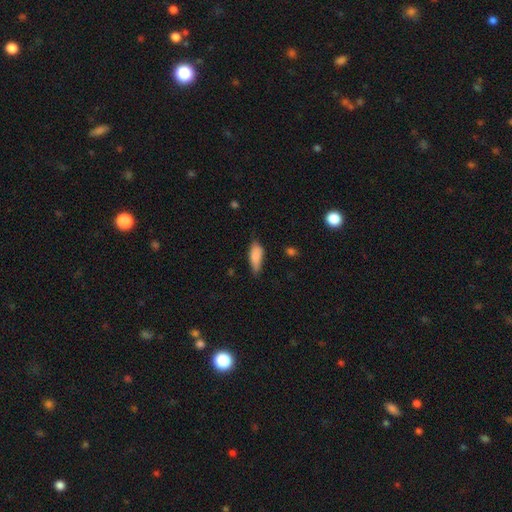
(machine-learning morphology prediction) The model was most divided on "merging": none: 56%, minor disturbance: 34%, major disturbance: 7%, merger: 2%. More confident: smooth or featured — smooth (83%); how rounded — in between (72%).